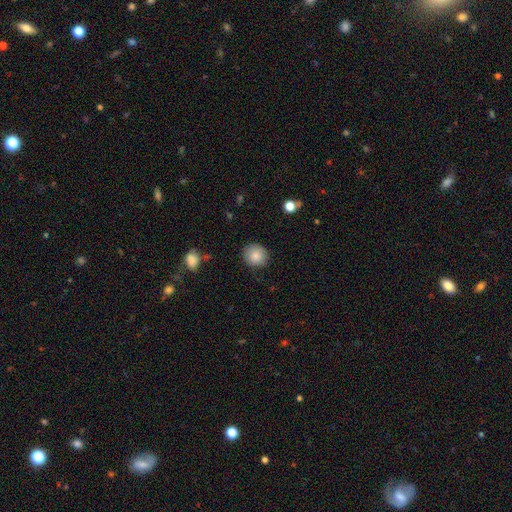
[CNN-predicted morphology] This appears to be a smooth galaxy with no disk features (86%) that is round (86%). Merging: none (87%).